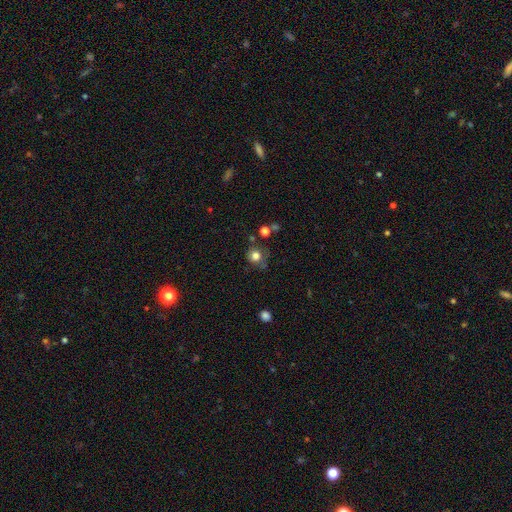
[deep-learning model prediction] Smooth or featured?
  - smooth: 79% *
  - star or artifact: 13%
  - featured or disk: 9%
How rounded?
  - round: 87% *
  - in between: 12%
  - cigar-shaped: 1%
Merging?
  - none: 67% *
  - minor disturbance: 19%
  - major disturbance: 8%
  - merger: 7%